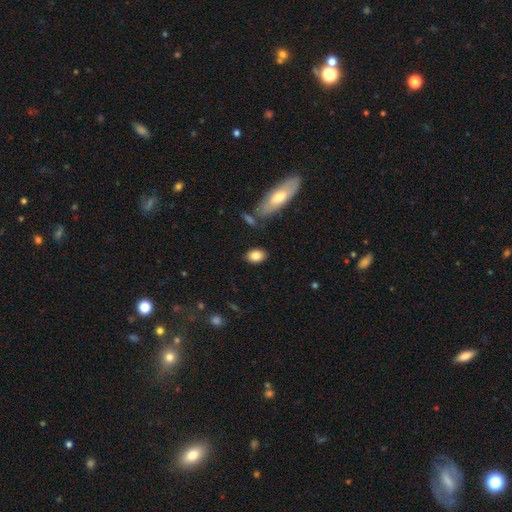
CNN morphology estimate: smooth 83%, featured or disk 9%, star or artifact 8%. Down the decision tree: how rounded — in between (78%); merging — none (84%).